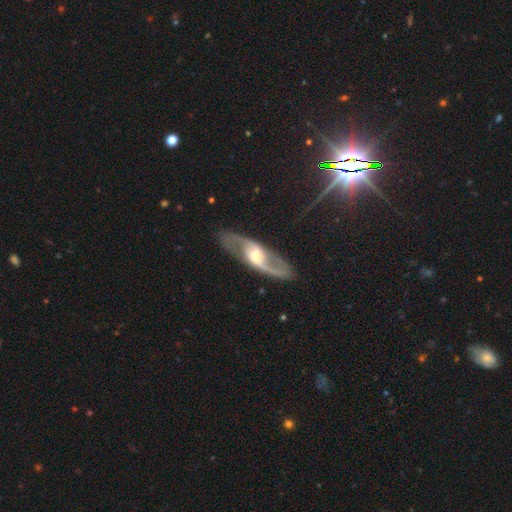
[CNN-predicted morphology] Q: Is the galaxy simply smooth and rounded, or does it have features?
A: featured or disk — 87%.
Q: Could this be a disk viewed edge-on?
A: no — 90%.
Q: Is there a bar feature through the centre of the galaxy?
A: weak — 39%.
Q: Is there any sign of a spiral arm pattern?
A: yes — 94%.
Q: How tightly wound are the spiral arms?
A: loose — 47%.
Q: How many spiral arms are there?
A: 2 — 92%.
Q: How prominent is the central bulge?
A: moderate — 52%.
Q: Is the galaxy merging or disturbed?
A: none — 84%.